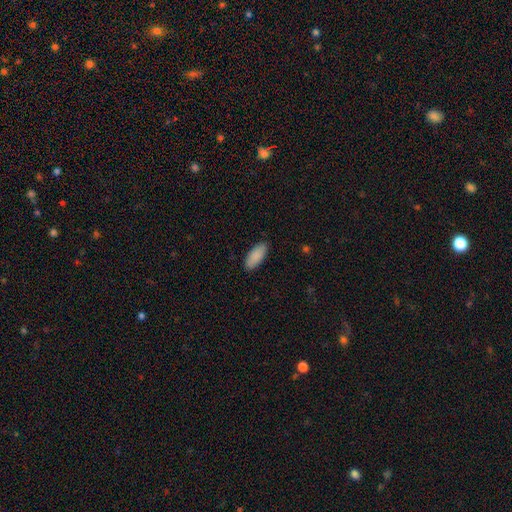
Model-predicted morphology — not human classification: smooth-or-featured: smooth: 89% | star or artifact: 6% | featured or disk: 5%
  how-rounded: in between: 83% | cigar-shaped: 16% | round: 2%
  merging: none: 88% | minor disturbance: 9% | major disturbance: 2% | merger: 1%